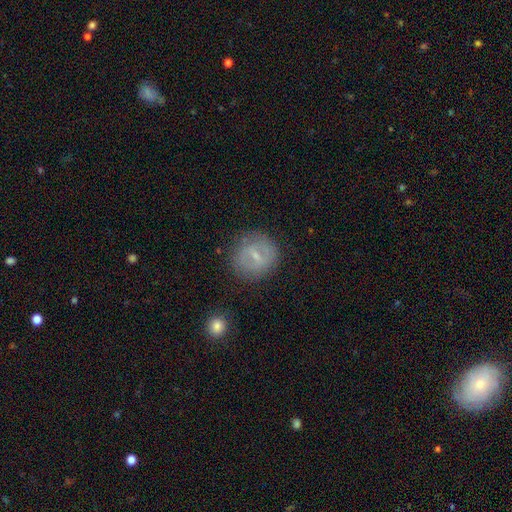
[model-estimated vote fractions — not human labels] Smooth or featured? Predicted: featured or disk (p=0.51). Edge-on disk? Predicted: no (p=0.95). Merging? Predicted: none (p=0.80).